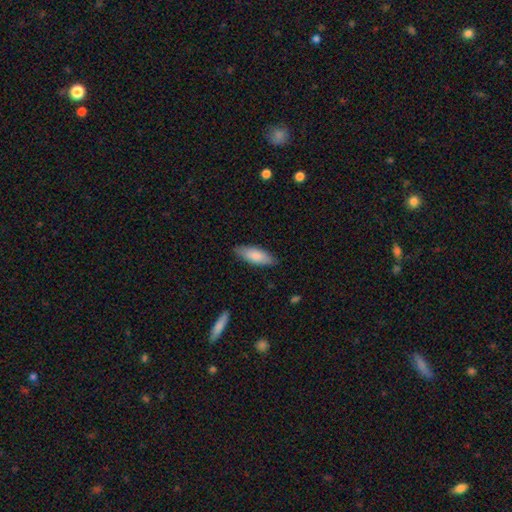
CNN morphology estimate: A smooth galaxy with no disk features (83%) that is in between round and cigar-shaped (66%). Merging: none (85%).